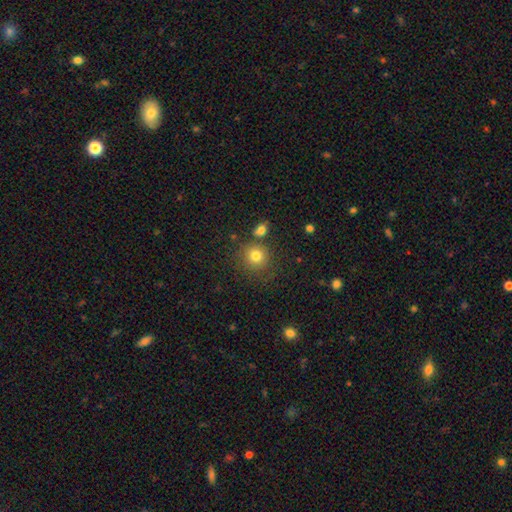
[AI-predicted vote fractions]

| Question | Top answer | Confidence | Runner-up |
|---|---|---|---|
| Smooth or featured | smooth | 80% | star or artifact (13%) |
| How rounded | round | 89% | in between (10%) |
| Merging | none | 75% | merger (11%) |